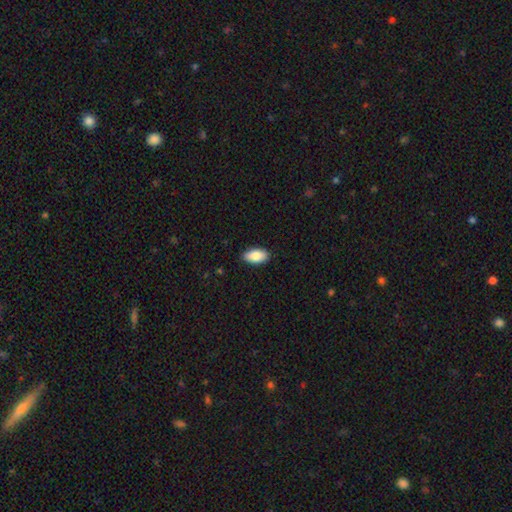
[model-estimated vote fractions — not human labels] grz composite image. It shows a smooth galaxy with no disk features (86%) that is in between round and cigar-shaped (94%). Merging: none (89%).